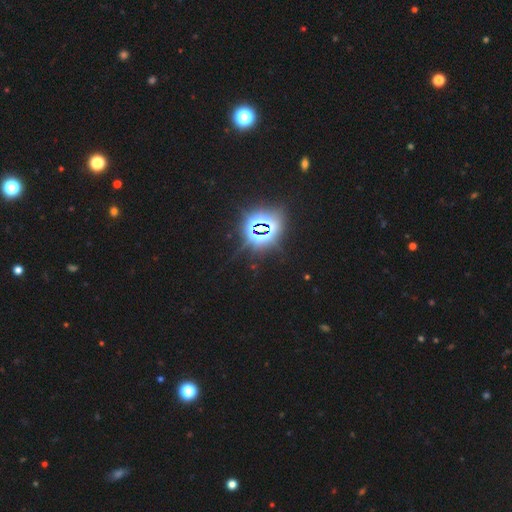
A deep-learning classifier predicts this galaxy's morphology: This is clearly a star or artifact rather than a galaxy (82%).